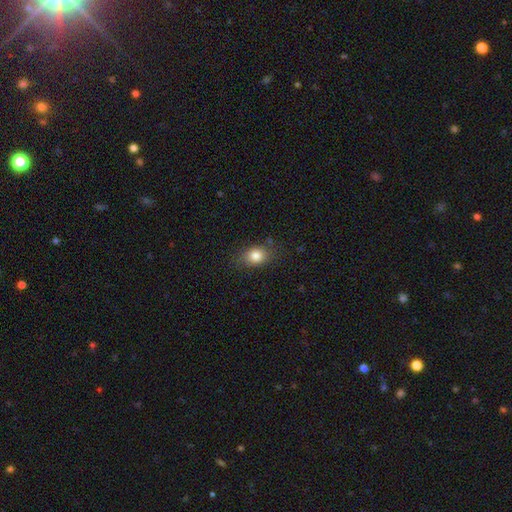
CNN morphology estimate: Q: Smooth or featured?
A: smooth (82%); runner-up: star or artifact (10%)
Q: How rounded?
A: in between (61%); runner-up: round (38%)
Q: Merging?
A: none (79%); runner-up: minor disturbance (15%)